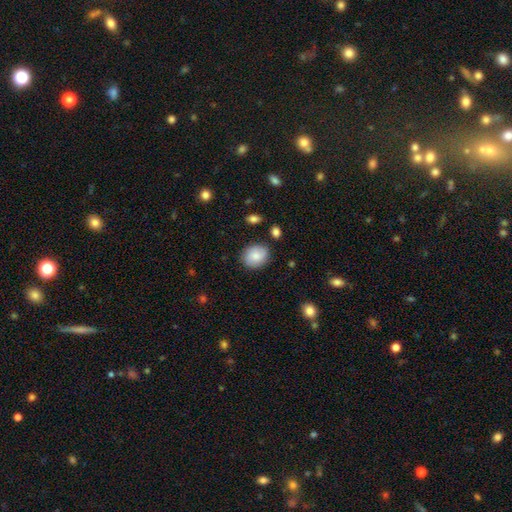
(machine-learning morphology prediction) This appears to be a smooth galaxy with no disk features (80%) that is round (55%). Merging: none (83%).